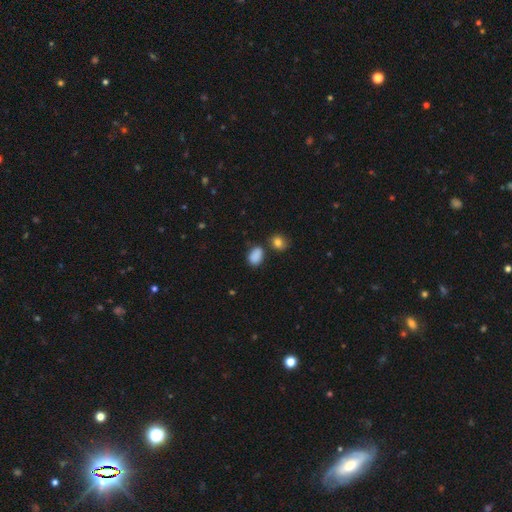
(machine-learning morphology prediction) A smooth galaxy with no disk features (86%) that is in between round and cigar-shaped (81%). Merging: none (68%).